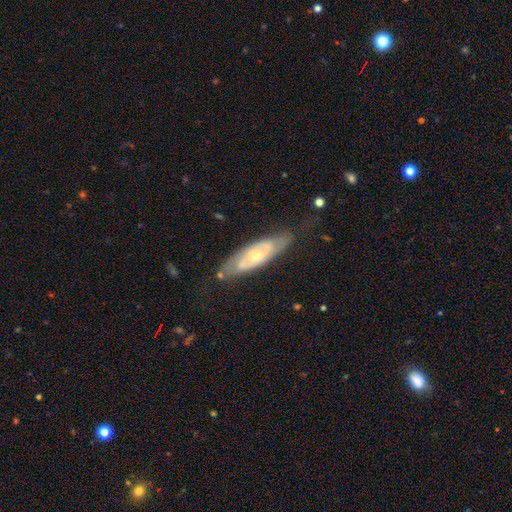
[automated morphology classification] smooth-or-featured: featured or disk: 66% | smooth: 28% | star or artifact: 6%
  disk-edge-on: no: 77% | yes: 23%
    bar: no: 70% | weak: 24% | strong: 6%
    has-spiral-arms: yes: 59% | no: 41%
    bulge-size: moderate: 53% | small: 42% | large: 3% | none: 1% | dominant: 1%
  merging: none: 68% | minor disturbance: 22% | major disturbance: 8% | merger: 2%